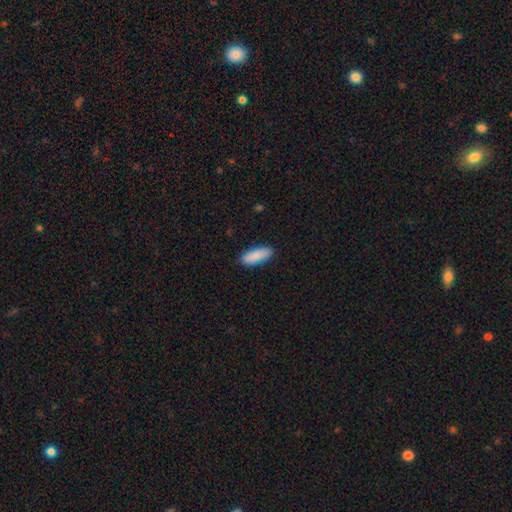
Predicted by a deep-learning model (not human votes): Q: Smooth or featured?
A: smooth (89%); runner-up: star or artifact (6%)
Q: How rounded?
A: in between (69%); runner-up: cigar-shaped (29%)
Q: Merging?
A: none (88%); runner-up: minor disturbance (9%)